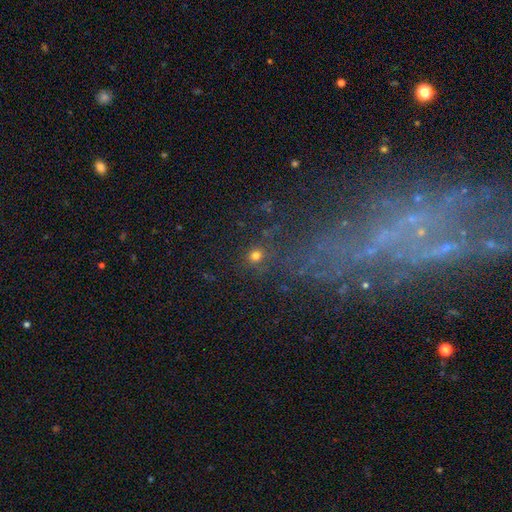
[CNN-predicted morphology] This is likely a smooth galaxy (66%). How rounded: clearly round (88%). Merging: likely none (76%).